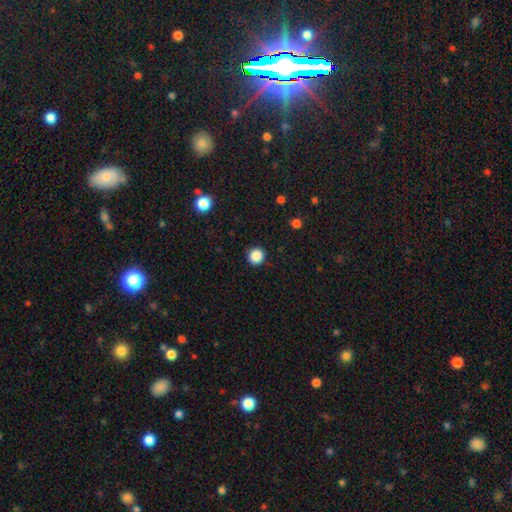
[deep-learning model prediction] smooth_or_featured: smooth (p=0.87) [alt: star or artifact p=0.10]
how_rounded: round (p=0.95) [alt: in between p=0.04]
merging: none (p=0.92) [alt: minor disturbance p=0.05]